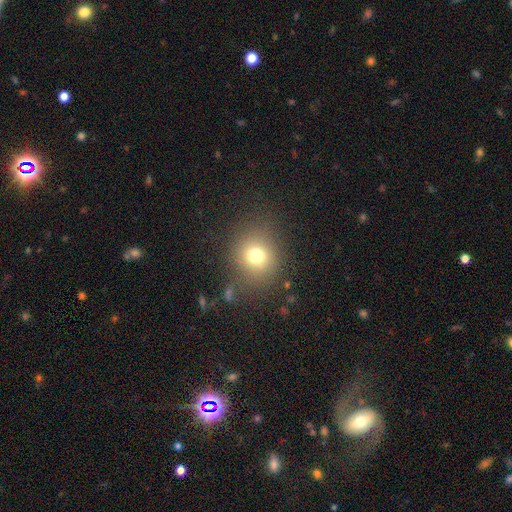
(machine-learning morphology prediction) Smooth or featured? Predicted: smooth (p=0.73). How rounded? Predicted: round (p=0.83). Merging? Predicted: none (p=0.80).